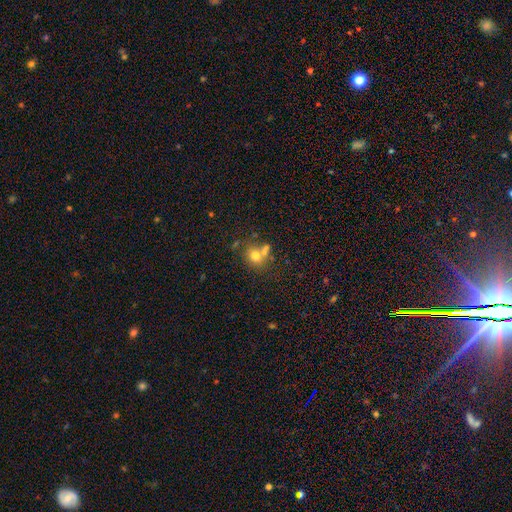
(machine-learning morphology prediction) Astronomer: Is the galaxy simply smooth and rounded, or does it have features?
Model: smooth — 72%.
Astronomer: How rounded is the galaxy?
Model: round — 67%.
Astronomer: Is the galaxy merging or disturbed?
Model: none — 46% (runner-up: merger, 35%).